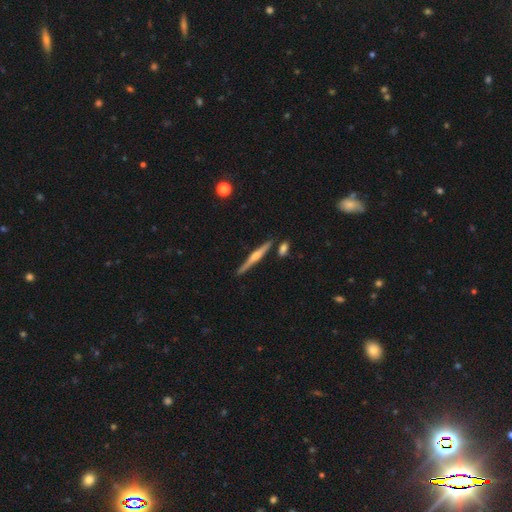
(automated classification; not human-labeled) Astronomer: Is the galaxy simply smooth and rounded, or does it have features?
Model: featured or disk — 78%.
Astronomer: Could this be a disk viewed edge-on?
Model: yes — 98%.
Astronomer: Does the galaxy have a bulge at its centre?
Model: rounded — 83%.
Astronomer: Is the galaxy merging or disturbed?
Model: none — 88%.